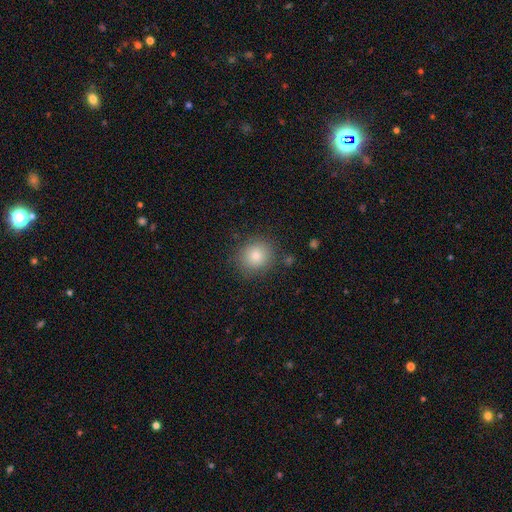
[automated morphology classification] Overall: smooth (81%). How rounded: round (83%). Merging: none (86%).